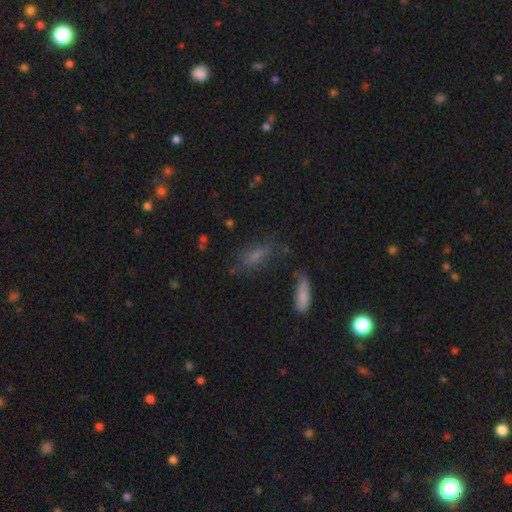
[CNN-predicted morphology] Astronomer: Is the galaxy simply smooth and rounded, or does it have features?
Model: smooth — 65%.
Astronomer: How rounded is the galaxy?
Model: in between — 53% (runner-up: cigar-shaped, 42%).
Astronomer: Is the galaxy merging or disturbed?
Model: none — 63%.